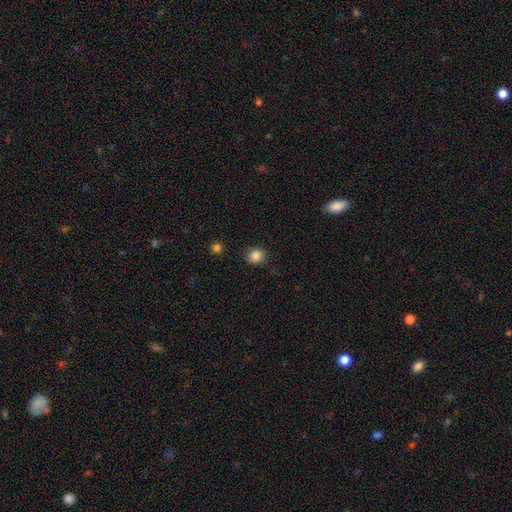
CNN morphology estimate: Overall: smooth (85%). How rounded: round (75%). Merging: none (84%).